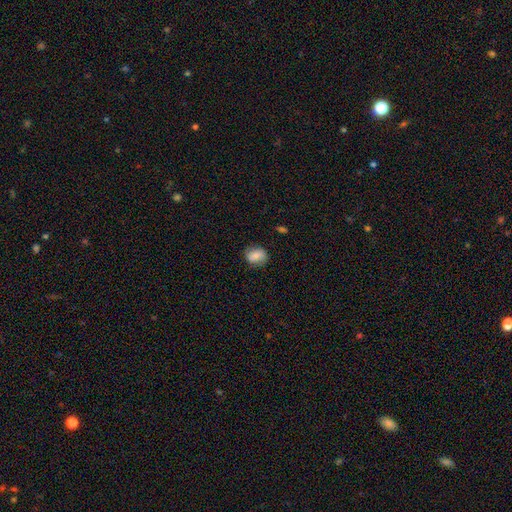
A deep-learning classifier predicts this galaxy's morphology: This appears to be a smooth galaxy with no disk features (66%) that is round (54%). Merging: none (78%).